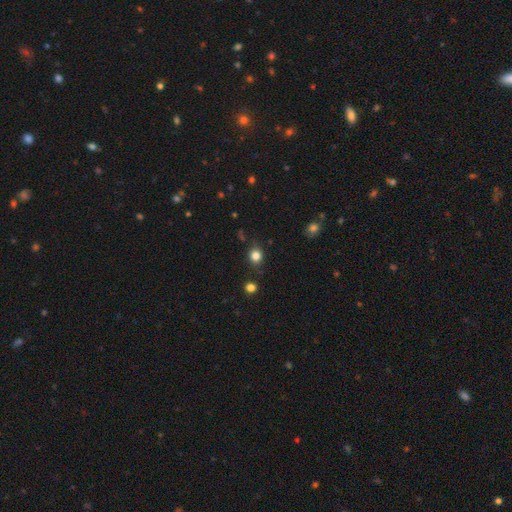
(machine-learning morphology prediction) Smooth or featured?
  - smooth: 81% *
  - star or artifact: 13%
  - featured or disk: 6%
How rounded?
  - round: 79% *
  - in between: 20%
  - cigar-shaped: 1%
Merging?
  - none: 81% *
  - minor disturbance: 13%
  - major disturbance: 3%
  - merger: 3%